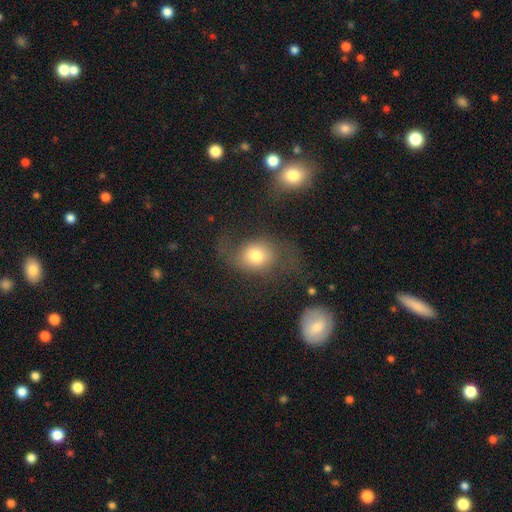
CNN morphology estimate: This appears to be a smooth galaxy with no disk features (60%) that is in between round and cigar-shaped (52%). Merging: none (46%).